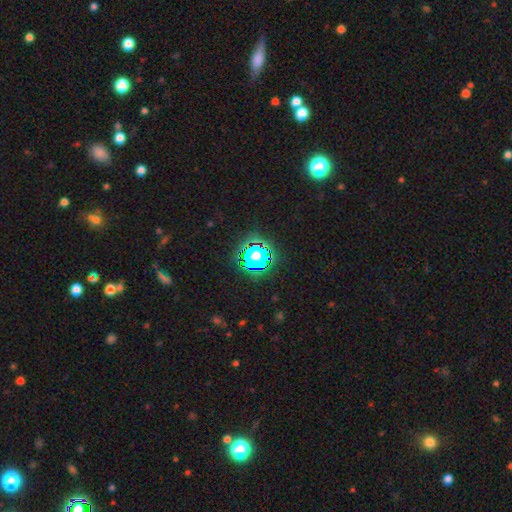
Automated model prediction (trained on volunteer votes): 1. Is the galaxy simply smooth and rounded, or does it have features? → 61% star or artifact, 29% smooth, 10% featured or disk.